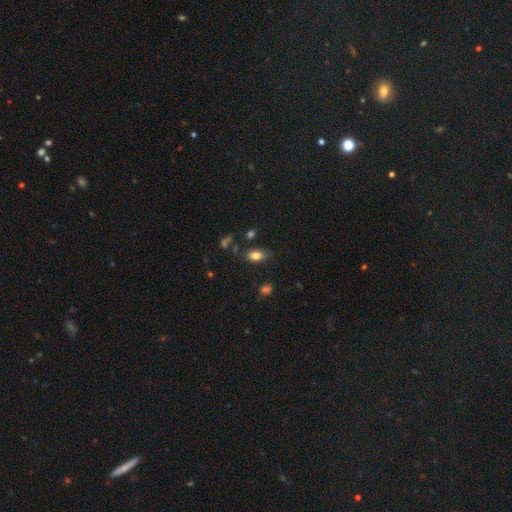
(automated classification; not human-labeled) Overall: smooth (81%). How rounded: in between (89%). Merging: none (78%).